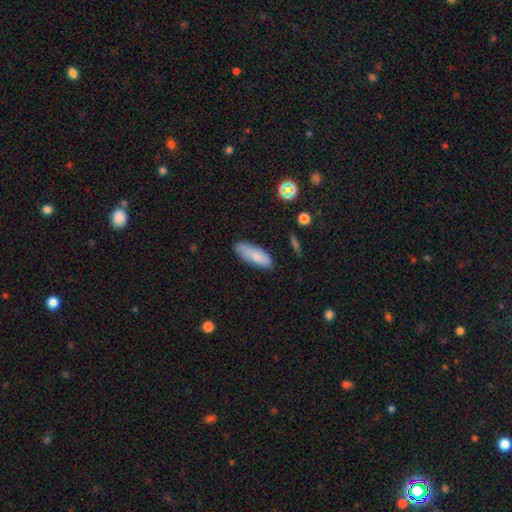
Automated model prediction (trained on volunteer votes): The model was most divided on "how rounded": in between: 63%, cigar-shaped: 35%, round: 2%. More confident: smooth or featured — smooth (82%); merging — none (74%).